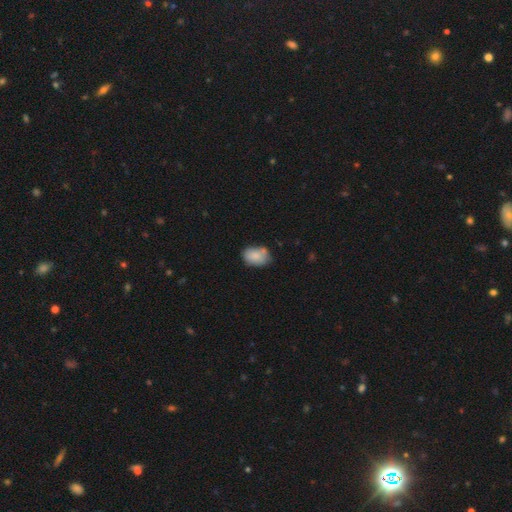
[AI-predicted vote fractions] Q: Smooth or featured?
A: smooth (83%); runner-up: featured or disk (10%)
Q: How rounded?
A: in between (79%); runner-up: round (20%)
Q: Merging?
A: none (59%); runner-up: minor disturbance (27%)